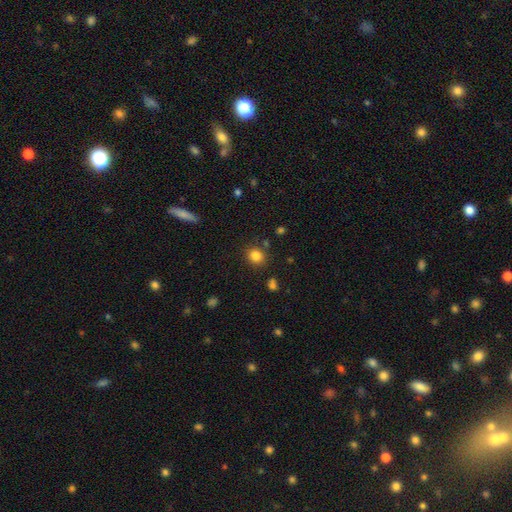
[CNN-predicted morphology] A smooth galaxy with no disk features (83%) that is round (75%).

Vote fractions:
- Smooth or featured? smooth: 83% / star or artifact: 12% / featured or disk: 5%
- How rounded? round: 75% / in between: 25% / cigar-shaped: 1%
- Merging? none: 84% / minor disturbance: 10% / merger: 4% / major disturbance: 3%